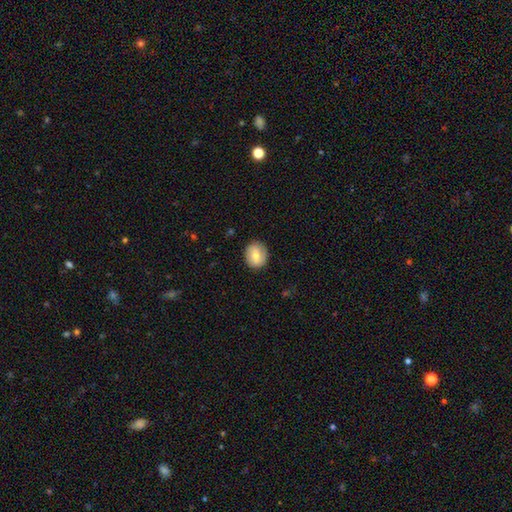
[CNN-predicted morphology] Smooth or featured? Predicted: smooth (p=0.64). How rounded? Predicted: round (p=0.65). Merging? Predicted: none (p=0.85).